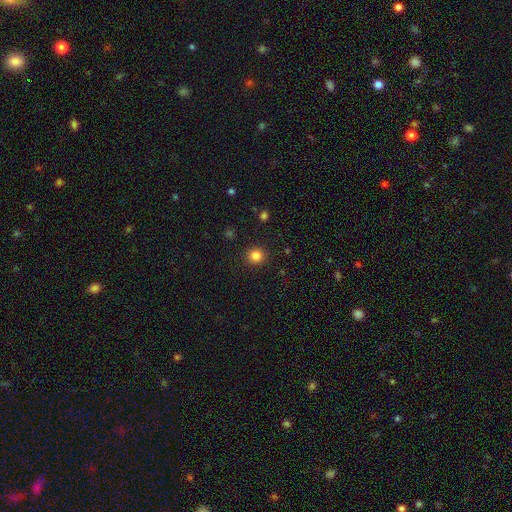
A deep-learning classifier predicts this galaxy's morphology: Q: Smooth or featured?
A: smooth (83%); runner-up: star or artifact (12%)
Q: How rounded?
A: round (92%); runner-up: in between (7%)
Q: Merging?
A: none (92%); runner-up: minor disturbance (5%)